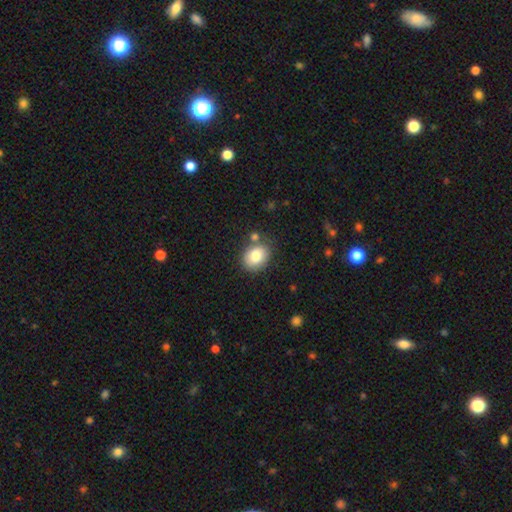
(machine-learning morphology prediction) Q: Smooth or featured?
A: smooth (82%); runner-up: featured or disk (10%)
Q: How rounded?
A: in between (55%); runner-up: round (44%)
Q: Merging?
A: none (73%); runner-up: minor disturbance (14%)